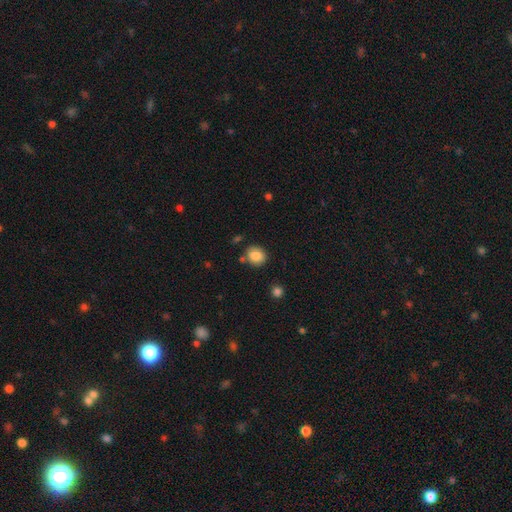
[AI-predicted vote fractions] This is clearly a smooth galaxy (85%). How rounded: likely round (74%). Merging: likely none (80%).